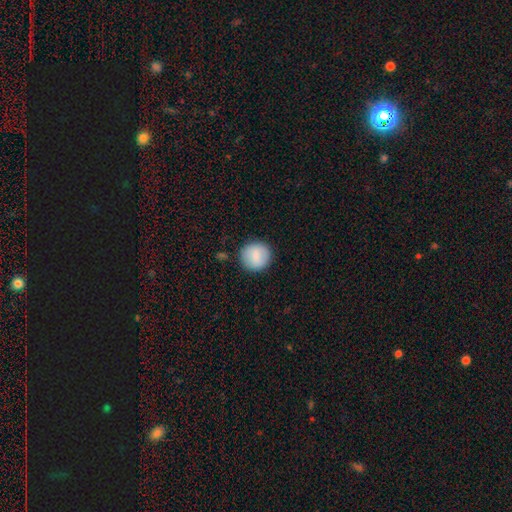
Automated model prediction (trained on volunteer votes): Smooth or featured? smooth (84%)
How rounded? round (91%)
Merging? none (88%)